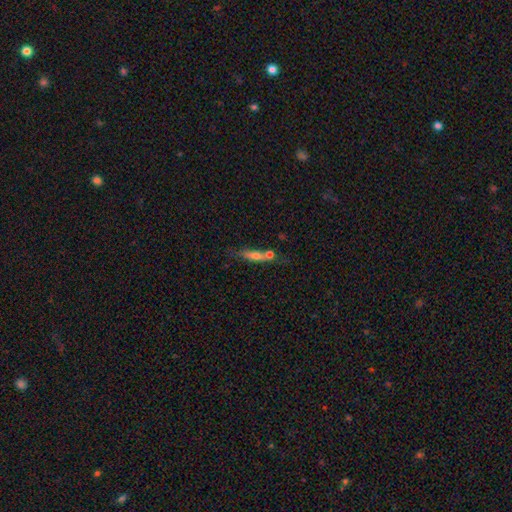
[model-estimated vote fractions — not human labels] Smooth or featured? Predicted: smooth (p=0.52). How rounded? Predicted: cigar-shaped (p=0.70). Merging? Predicted: none (p=0.51).